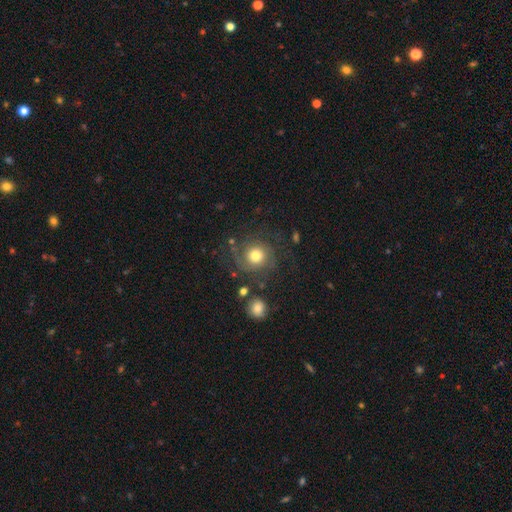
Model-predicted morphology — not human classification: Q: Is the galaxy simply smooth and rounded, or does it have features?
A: smooth — 46%.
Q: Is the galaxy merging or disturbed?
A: none — 68%.